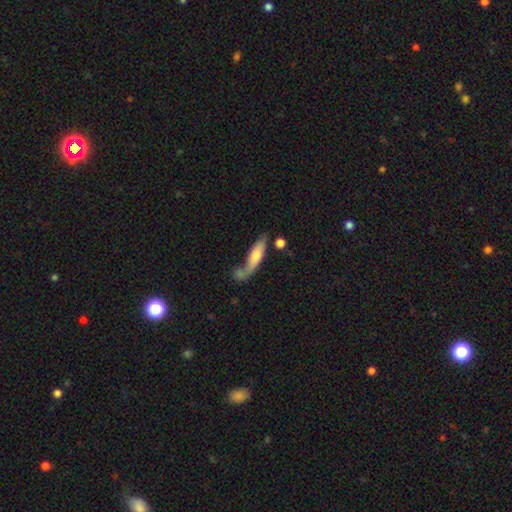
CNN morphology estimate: Smooth or featured? smooth (57%)
How rounded? cigar-shaped (65%)
Merging? none (41%)